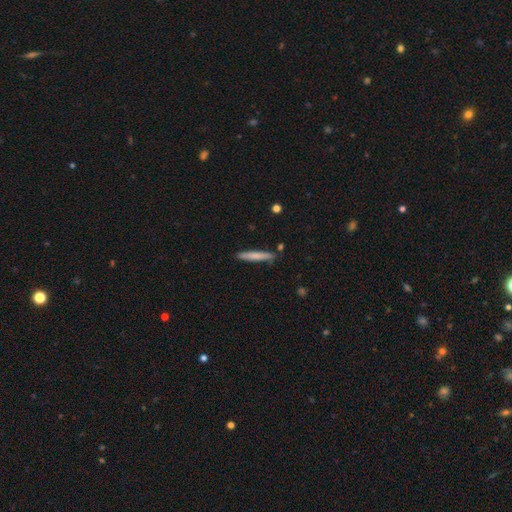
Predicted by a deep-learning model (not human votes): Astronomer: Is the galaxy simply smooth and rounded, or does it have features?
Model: smooth — 74%.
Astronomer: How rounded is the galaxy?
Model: cigar-shaped — 95%.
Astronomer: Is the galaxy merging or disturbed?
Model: none — 87%.